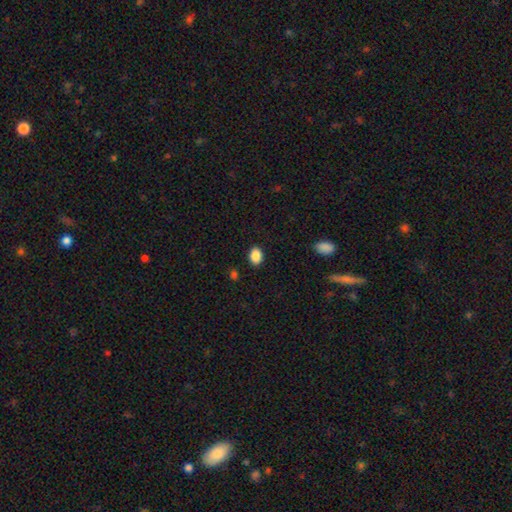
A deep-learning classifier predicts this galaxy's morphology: Smooth or featured? smooth (88%)
How rounded? in between (77%)
Merging? none (88%)